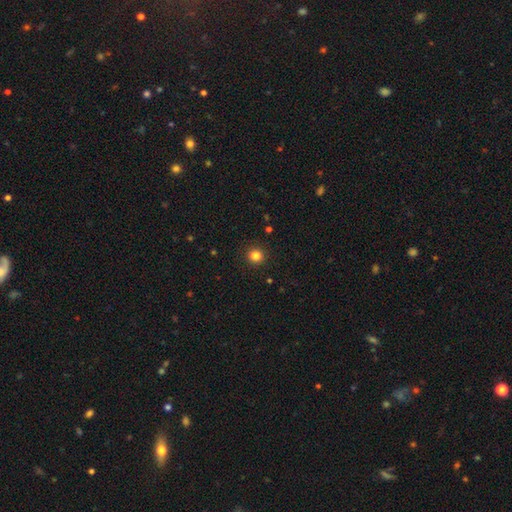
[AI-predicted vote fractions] Smooth or featured? Predicted: smooth (p=0.83). How rounded? Predicted: round (p=0.93). Merging? Predicted: none (p=0.92).